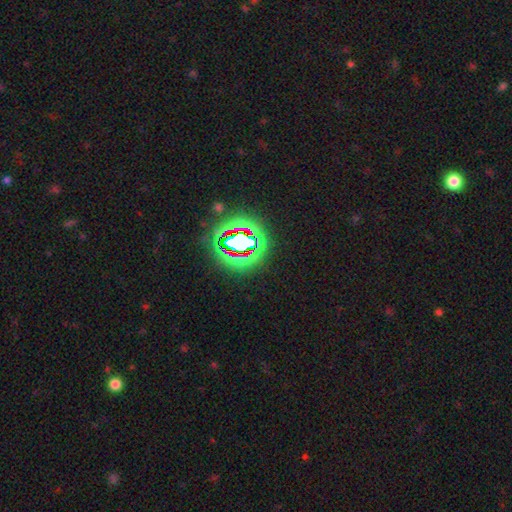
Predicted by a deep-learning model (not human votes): Overall: star or artifact (82%).